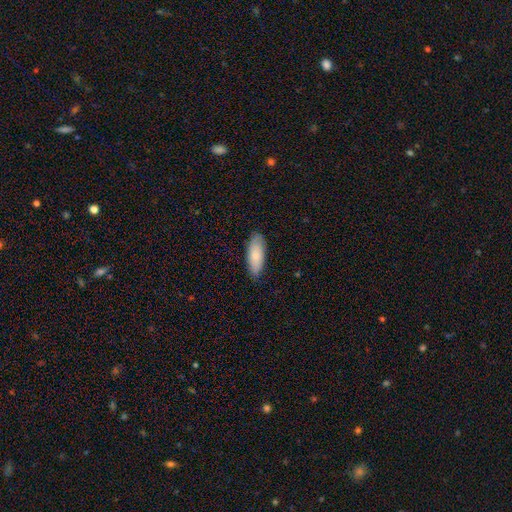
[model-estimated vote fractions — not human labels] Overall: smooth (80%). How rounded: in between (71%). Merging: none (85%).